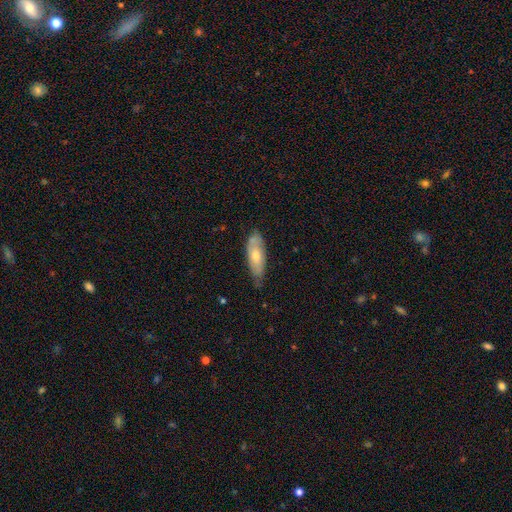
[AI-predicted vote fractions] A smooth galaxy with no disk features (54%) that is in between round and cigar-shaped (62%). Merging: none (65%).